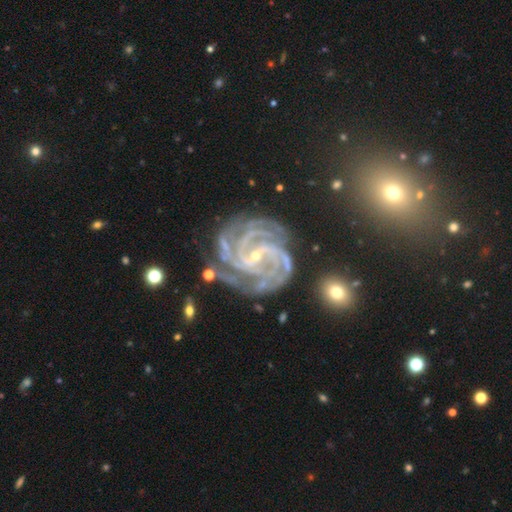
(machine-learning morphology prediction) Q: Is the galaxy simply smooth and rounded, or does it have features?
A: featured or disk — 92%.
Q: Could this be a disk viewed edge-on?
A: no — 98%.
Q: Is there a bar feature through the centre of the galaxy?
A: weak — 41%.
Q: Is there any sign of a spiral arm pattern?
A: yes — 99%.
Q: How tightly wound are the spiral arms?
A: tight — 68%.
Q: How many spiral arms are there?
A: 4 — 34%.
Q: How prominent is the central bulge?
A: small — 81%.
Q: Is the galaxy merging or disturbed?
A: none — 69%.